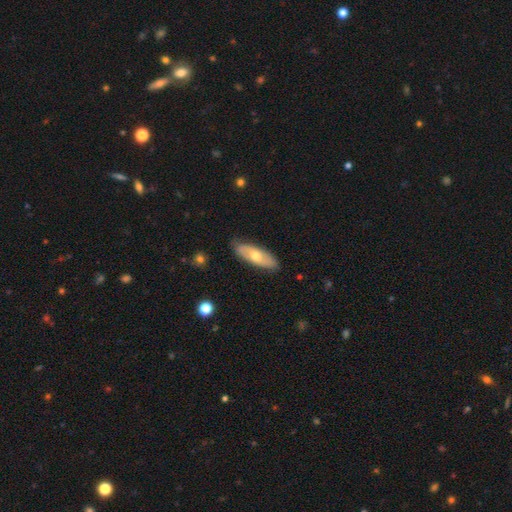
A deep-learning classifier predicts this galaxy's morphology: smooth 51%, featured or disk 44%, star or artifact 5%. Down the decision tree: how rounded — in between (61%); merging — none (83%).